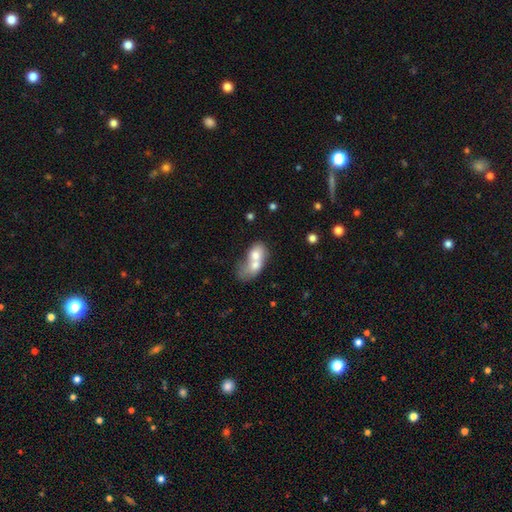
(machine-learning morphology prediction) smooth_or_featured: smooth (p=0.64) [alt: featured or disk p=0.28]
how_rounded: in between (p=0.74) [alt: round p=0.22]
merging: merger (p=0.79) [alt: none p=0.10]